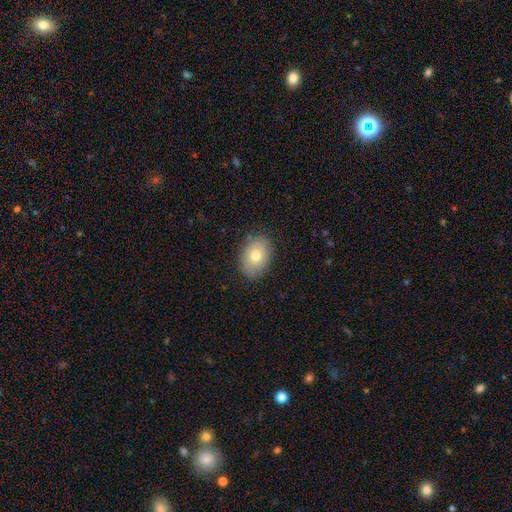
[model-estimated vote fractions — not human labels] Smooth or featured: smooth — 73% (featured or disk — 18%)
How rounded: in between — 79% (round — 20%)
Merging: none — 85% (minor disturbance — 11%)